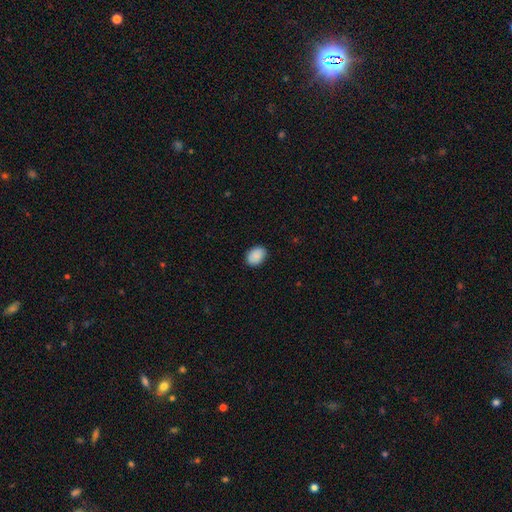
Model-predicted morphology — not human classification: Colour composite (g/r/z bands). It shows a smooth galaxy with no disk features (90%) that is in between round and cigar-shaped (77%). Merging: none (87%).